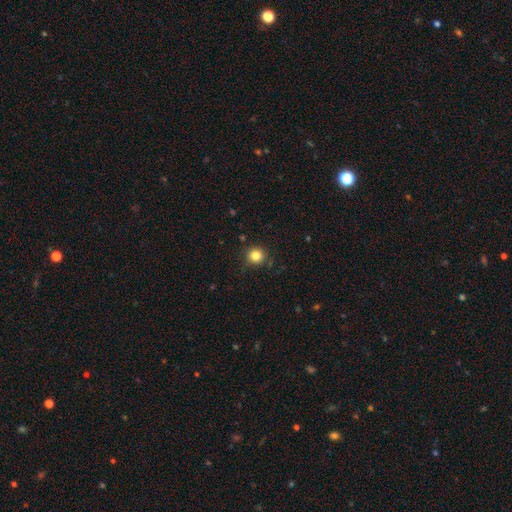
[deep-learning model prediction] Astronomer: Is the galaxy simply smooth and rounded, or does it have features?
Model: smooth — 82%.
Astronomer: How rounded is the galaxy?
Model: round — 94%.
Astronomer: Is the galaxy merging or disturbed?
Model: none — 89%.